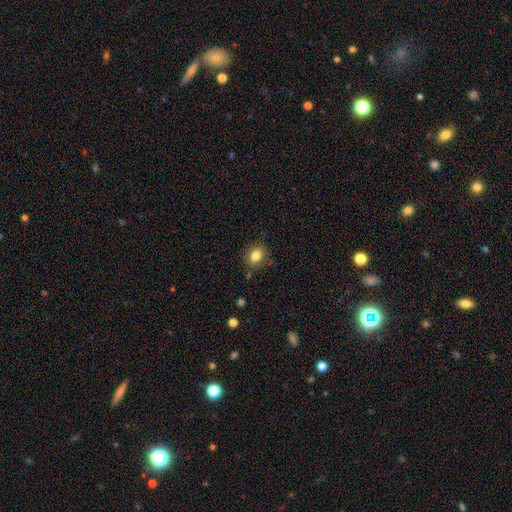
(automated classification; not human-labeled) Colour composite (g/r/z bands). It shows a smooth galaxy with no disk features (83%) that is in between round and cigar-shaped (60%). Merging: none (81%).